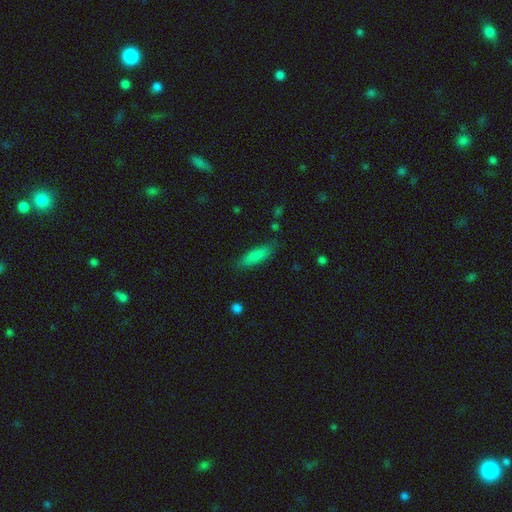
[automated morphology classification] Overall: smooth (84%). How rounded: cigar-shaped (53%; in between 45%). Merging: none (81%).